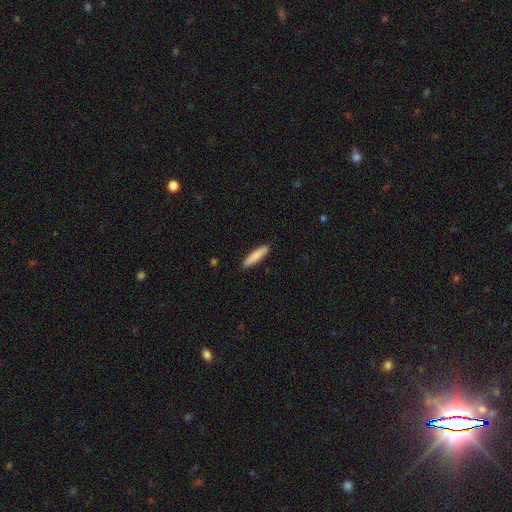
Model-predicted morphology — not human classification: Smooth or featured?
  - smooth: 85% *
  - featured or disk: 10%
  - star or artifact: 5%
How rounded?
  - cigar-shaped: 84% *
  - in between: 15%
  - round: 1%
Merging?
  - none: 91% *
  - minor disturbance: 7%
  - major disturbance: 1%
  - merger: 1%